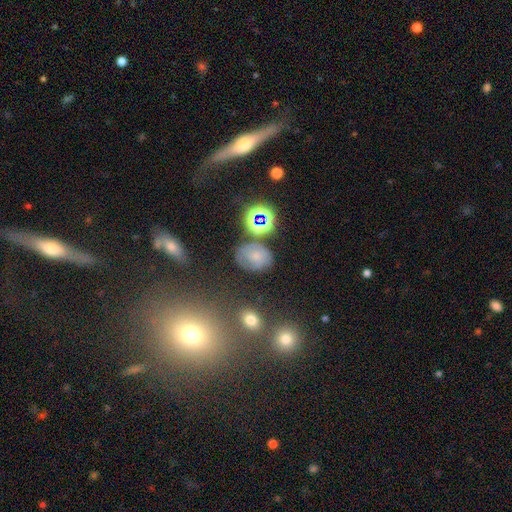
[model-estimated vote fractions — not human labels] This appears to be a smooth galaxy with no disk features (51%) that is in between round and cigar-shaped (65%). Merging: none (63%).